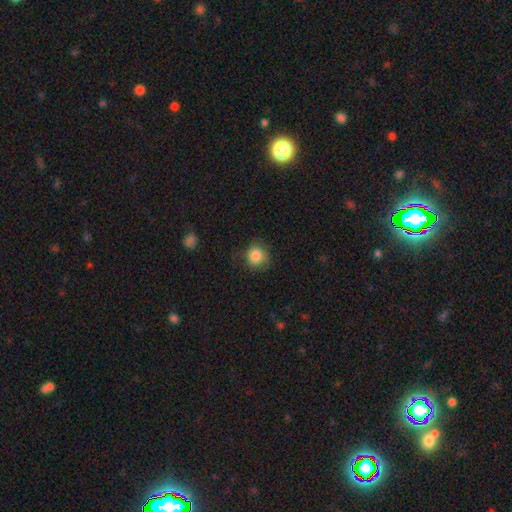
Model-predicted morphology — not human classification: smooth-or-featured: smooth: 85% | star or artifact: 9% | featured or disk: 6%
  how-rounded: round: 87% | in between: 12% | cigar-shaped: 1%
  merging: none: 75% | minor disturbance: 18% | major disturbance: 5% | merger: 1%